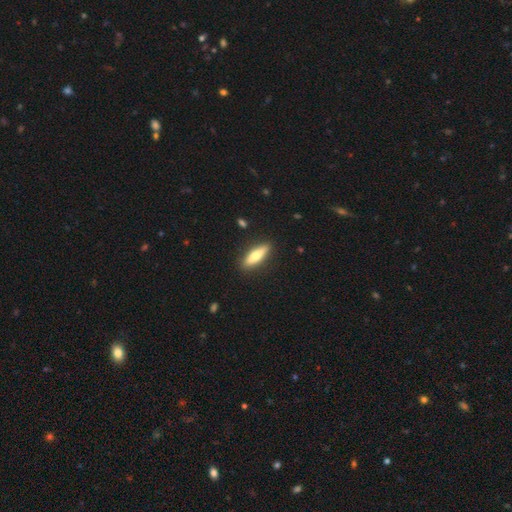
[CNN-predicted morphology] The model was most divided on "how rounded": cigar-shaped: 60%, in between: 38%, round: 2%. More confident: merging — none (88%); smooth or featured — smooth (61%).